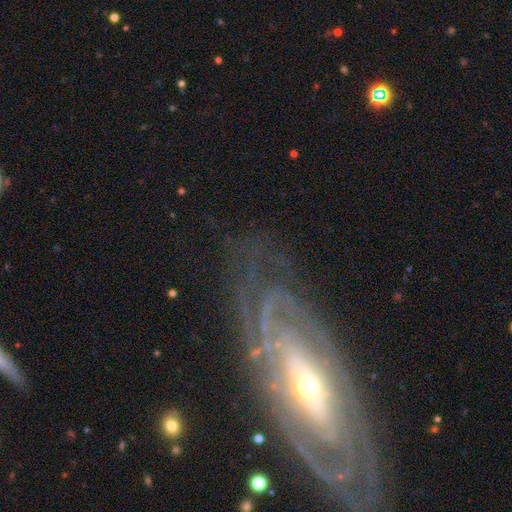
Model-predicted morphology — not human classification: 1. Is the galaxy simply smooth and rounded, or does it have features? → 83% featured or disk, 9% smooth, 8% star or artifact.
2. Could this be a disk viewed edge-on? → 87% no, 13% yes.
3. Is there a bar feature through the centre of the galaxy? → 54% no, 26% weak, 20% strong.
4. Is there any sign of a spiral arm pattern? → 90% yes, 10% no.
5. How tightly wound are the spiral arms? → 71% tight, 23% medium, 7% loose.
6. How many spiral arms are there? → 45% can't tell, 16% 2, 13% 3, 11% 4, 9% more than 4, 6% 1.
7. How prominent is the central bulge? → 56% small, 38% moderate, 4% large, 1% dominant, 1% none.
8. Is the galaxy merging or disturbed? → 73% none, 15% minor disturbance, 10% major disturbance, 2% merger.